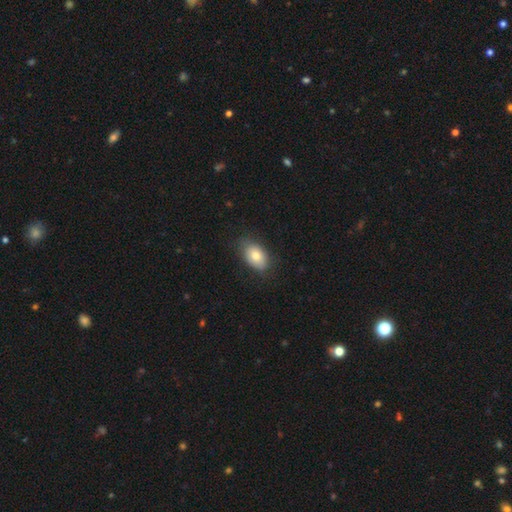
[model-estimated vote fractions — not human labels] smooth 79%, featured or disk 14%, star or artifact 7%. Down the decision tree: how rounded — in between (89%); merging — none (78%).